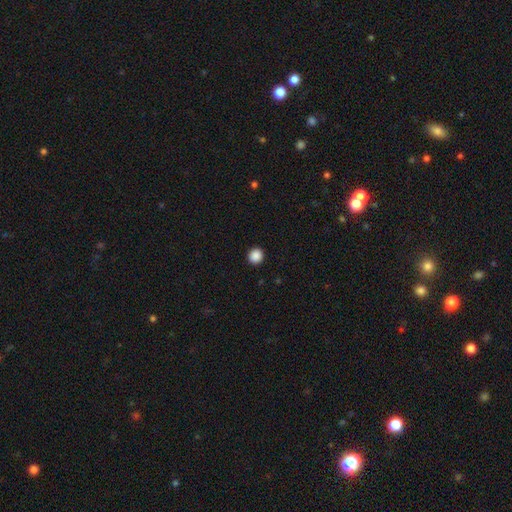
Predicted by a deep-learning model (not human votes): Smooth or featured: smooth — 89% (star or artifact — 9%)
How rounded: round — 92% (in between — 7%)
Merging: none — 93% (minor disturbance — 4%)